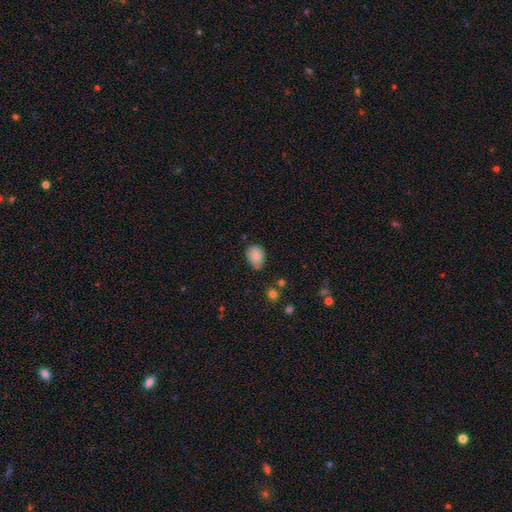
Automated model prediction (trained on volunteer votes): This appears to be a smooth galaxy with no disk features (84%) that is in between round and cigar-shaped (59%). Merging: none (65%).